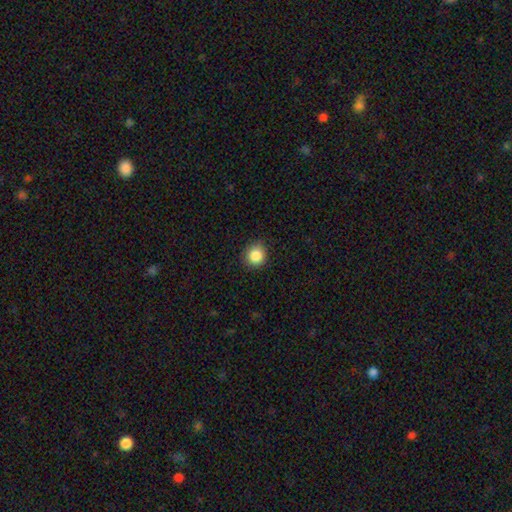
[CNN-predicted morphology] Q: Smooth or featured?
A: smooth (86%); runner-up: star or artifact (10%)
Q: How rounded?
A: round (87%); runner-up: in between (12%)
Q: Merging?
A: none (87%); runner-up: minor disturbance (10%)